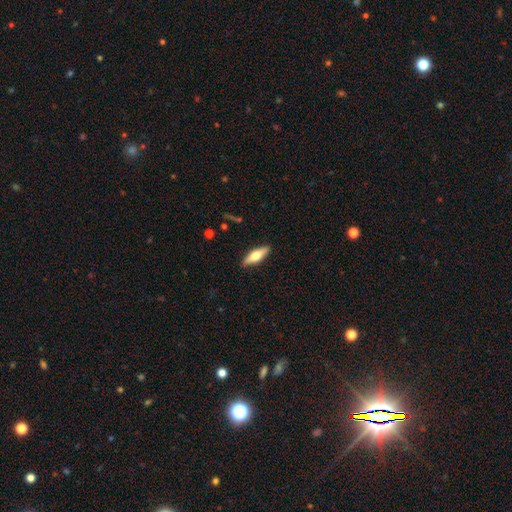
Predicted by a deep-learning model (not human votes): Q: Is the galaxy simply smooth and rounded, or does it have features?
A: smooth — 52%.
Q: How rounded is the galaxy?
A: cigar-shaped — 50%.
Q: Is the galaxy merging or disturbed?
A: none — 89%.